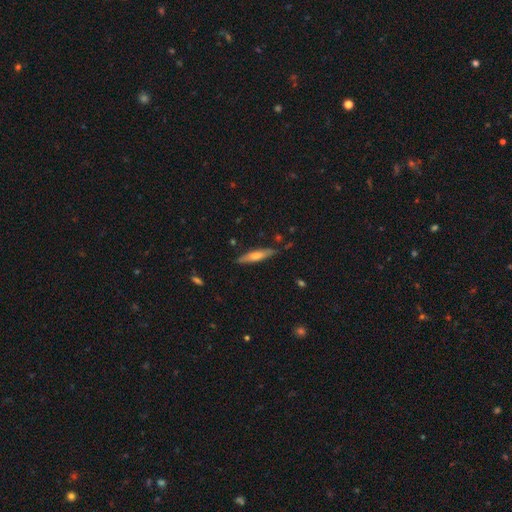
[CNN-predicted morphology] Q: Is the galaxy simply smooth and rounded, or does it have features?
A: smooth — 53%.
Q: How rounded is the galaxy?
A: cigar-shaped — 83%.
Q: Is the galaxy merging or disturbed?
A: none — 83%.